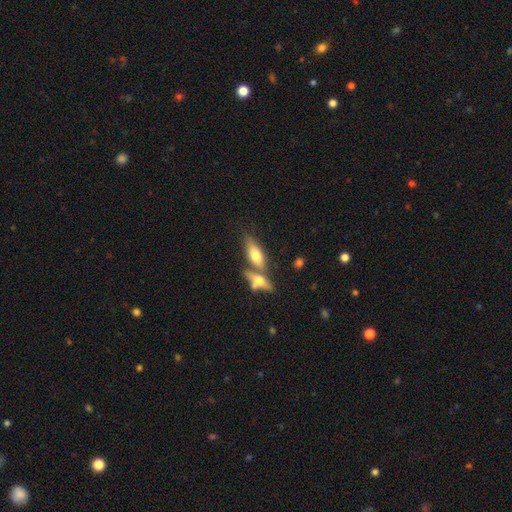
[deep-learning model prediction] This is likely a smooth galaxy (65%). How rounded: likely in between (71%). Merging: marginally none (44%).